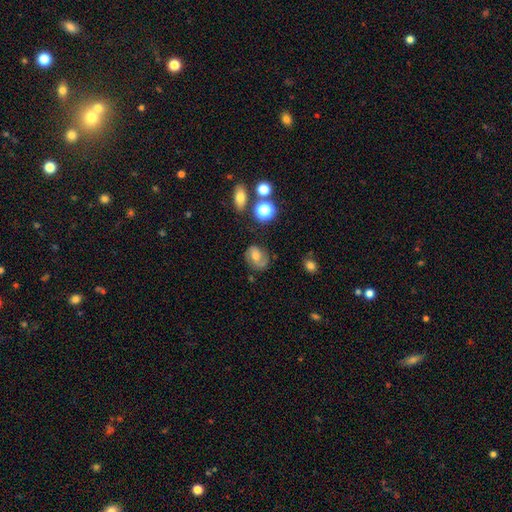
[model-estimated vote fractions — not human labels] A featured or disk galaxy (60%) with no bar (54%), 2 (73%) medium (47%) spiral arms (87%) and a moderate central bulge (59%).

Vote fractions:
- Smooth or featured? featured or disk: 60% / smooth: 29% / star or artifact: 11%
- Edge-on disk? no: 97% / yes: 3%
- Bar? no: 54% / weak: 37% / strong: 9%
- Spiral arms? yes: 87% / no: 13%
- Spiral winding? medium: 47% / tight: 32% / loose: 22%
- Spiral arm count? 2: 73% / 1: 14% / can't tell: 10% / 3: 1% / 4: 1% / more than 4: 1%
- Bulge size? moderate: 59% / small: 24% / large: 10% / none: 5% / dominant: 2%
- Merging? none: 67% / minor disturbance: 20% / major disturbance: 10% / merger: 3%